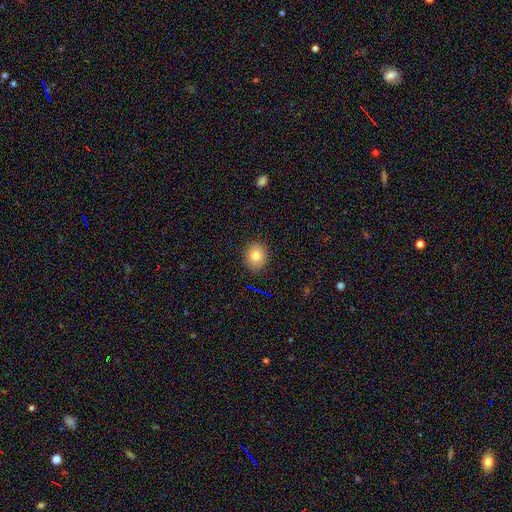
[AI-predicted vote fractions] This is likely a smooth galaxy (79%). How rounded: likely round (74%). Merging: clearly none (89%).